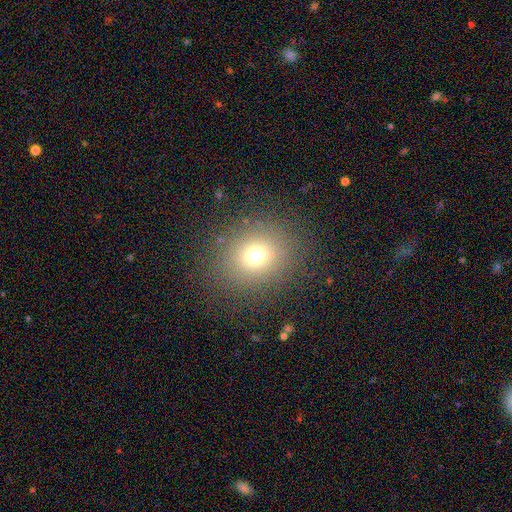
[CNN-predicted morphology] Q: Smooth or featured?
A: smooth (70%); runner-up: star or artifact (19%)
Q: How rounded?
A: round (76%); runner-up: in between (23%)
Q: Merging?
A: none (85%); runner-up: minor disturbance (8%)